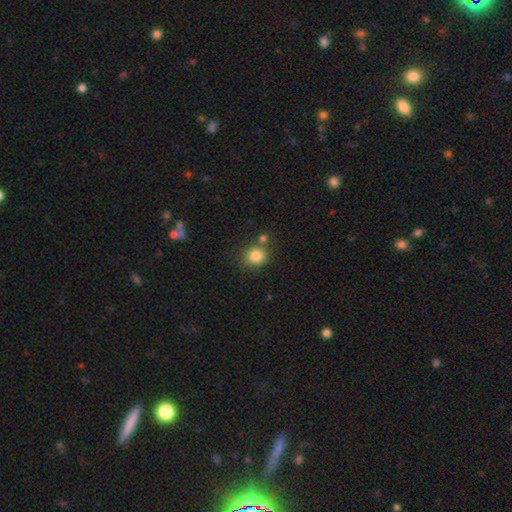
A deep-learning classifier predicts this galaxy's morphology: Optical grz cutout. It shows a smooth galaxy with no disk features (83%) that is round (83%). Merging: none (70%).